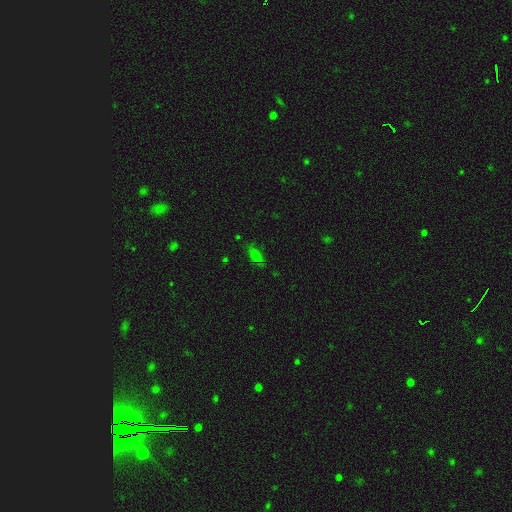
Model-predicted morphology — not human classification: A smooth galaxy with no disk features (60%) that is in between round and cigar-shaped (72%). Merging: none (72%).